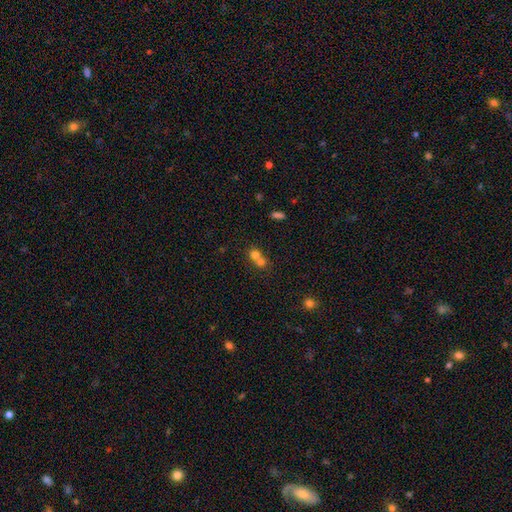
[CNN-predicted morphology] The model was most divided on "merging": merger: 63%, none: 30%, minor disturbance: 5%, major disturbance: 2%. More confident: how rounded — round (79%); smooth or featured — smooth (68%).